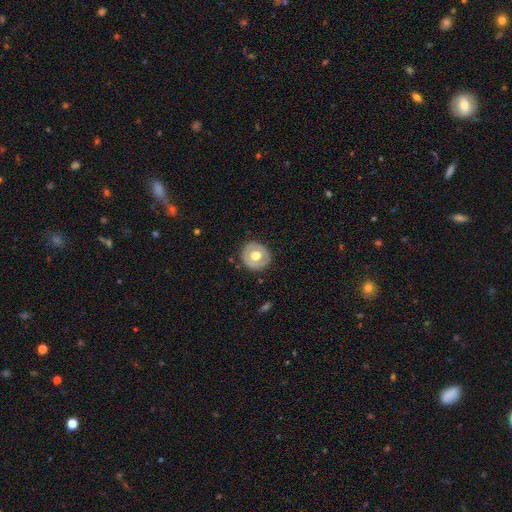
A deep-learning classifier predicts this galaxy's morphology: The model was most divided on "smooth or featured": smooth: 52%, featured or disk: 42%, star or artifact: 6%. More confident: how rounded — round (89%); merging — none (87%).